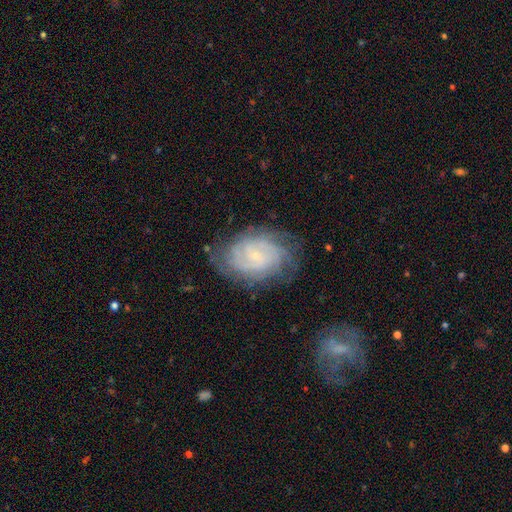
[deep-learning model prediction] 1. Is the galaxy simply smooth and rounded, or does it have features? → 80% featured or disk, 13% smooth, 7% star or artifact.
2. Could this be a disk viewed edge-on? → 97% no, 3% yes.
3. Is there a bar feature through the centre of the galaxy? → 64% no, 30% weak, 6% strong.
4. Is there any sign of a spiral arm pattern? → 95% yes, 5% no.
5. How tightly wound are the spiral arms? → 69% tight, 25% medium, 6% loose.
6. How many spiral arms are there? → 35% can't tell, 26% 2, 17% 3, 11% 4, 6% more than 4, 6% 1.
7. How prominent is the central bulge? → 82% small, 12% moderate, 4% none, 1% large, 1% dominant.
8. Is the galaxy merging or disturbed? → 74% none, 18% minor disturbance, 7% major disturbance, 2% merger.